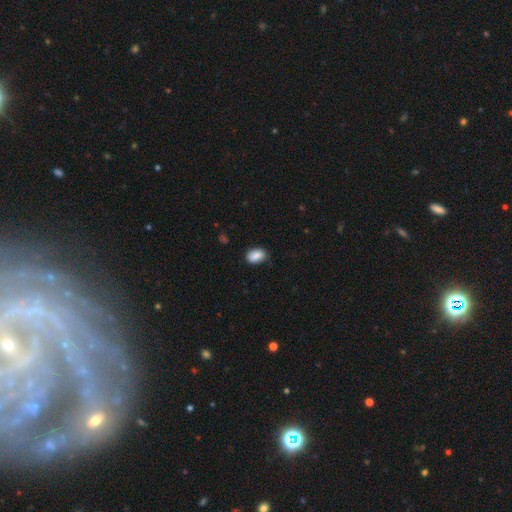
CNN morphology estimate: A smooth galaxy with no disk features (87%) that is in between round and cigar-shaped (86%).

Vote fractions:
- Smooth or featured? smooth: 87% / star or artifact: 7% / featured or disk: 5%
- How rounded? in between: 86% / round: 12% / cigar-shaped: 1%
- Merging? none: 76% / minor disturbance: 20% / major disturbance: 3% / merger: 1%